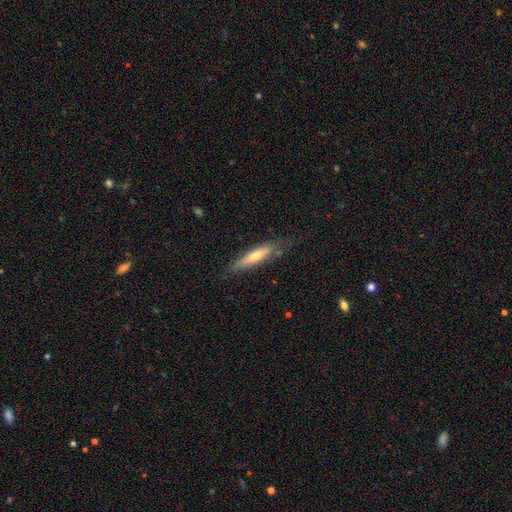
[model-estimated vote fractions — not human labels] A smooth galaxy with no disk features (50%) that is cigar-shaped (84%). Merging: none (74%).